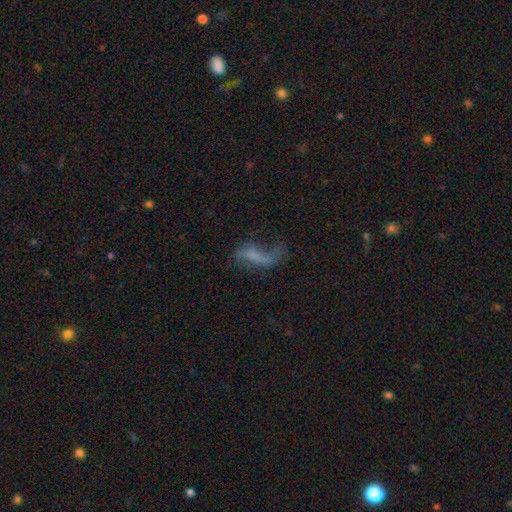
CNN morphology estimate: Q: Smooth or featured?
A: featured or disk (50%); runner-up: smooth (36%)
Q: Merging?
A: major disturbance (37%); runner-up: none (35%)